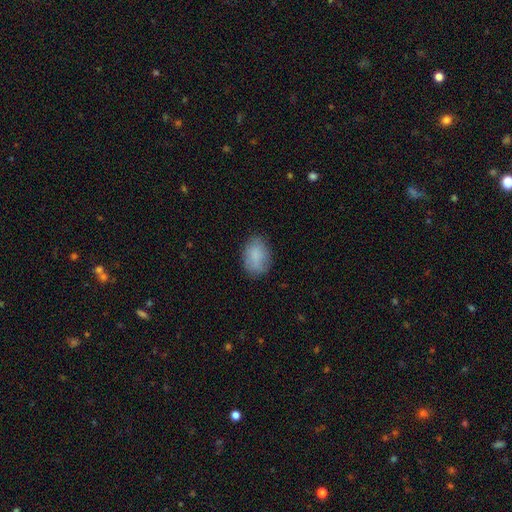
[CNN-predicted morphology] Q: Smooth or featured?
A: smooth (83%); runner-up: featured or disk (10%)
Q: How rounded?
A: in between (75%); runner-up: round (24%)
Q: Merging?
A: none (77%); runner-up: minor disturbance (17%)